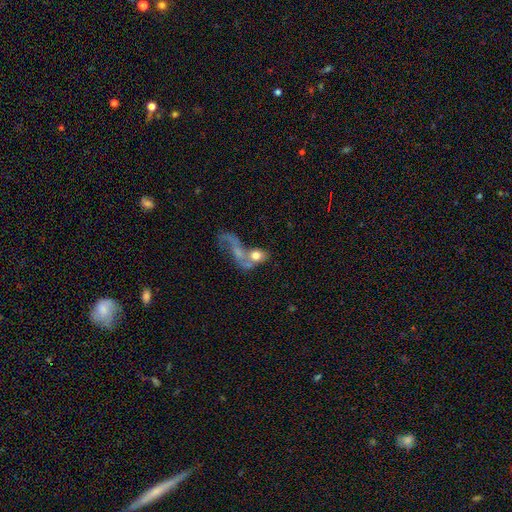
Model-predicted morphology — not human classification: Smooth or featured?
  - smooth: 55% *
  - featured or disk: 35%
  - star or artifact: 10%
How rounded?
  - in between: 58% *
  - round: 37%
  - cigar-shaped: 5%
Merging?
  - merger: 56% *
  - major disturbance: 19%
  - none: 17%
  - minor disturbance: 8%